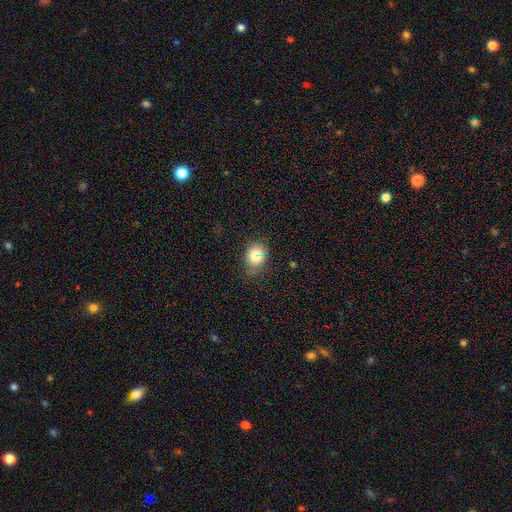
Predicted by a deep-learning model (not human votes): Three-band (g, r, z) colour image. It shows a smooth galaxy with no disk features (78%) that is round (50%). Merging: none (68%).